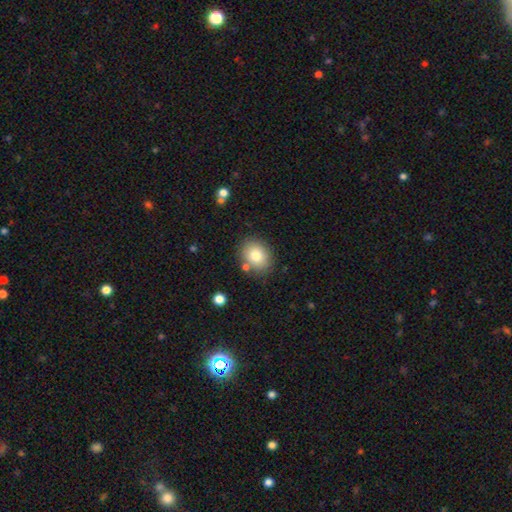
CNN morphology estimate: A smooth galaxy with no disk features (78%) that is in between round and cigar-shaped (50%). Merging: none (79%).